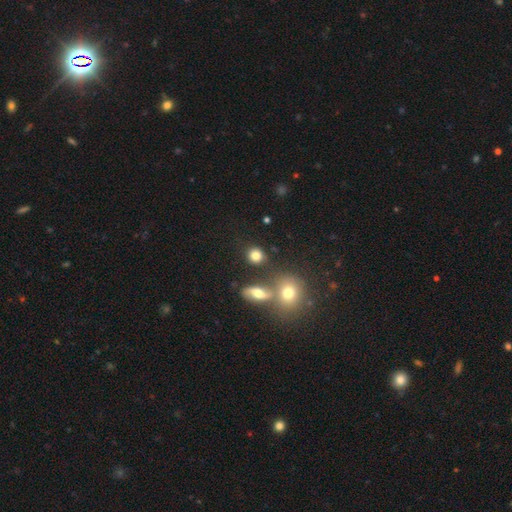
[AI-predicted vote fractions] smooth_or_featured: smooth (p=0.81) [alt: star or artifact p=0.11]
how_rounded: round (p=0.77) [alt: in between p=0.21]
merging: none (p=0.73) [alt: merger p=0.13]